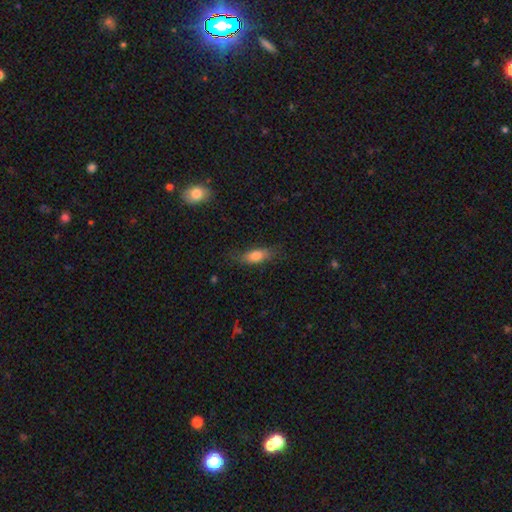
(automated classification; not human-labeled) Overall: smooth (77%). How rounded: in between (73%). Merging: none (71%).